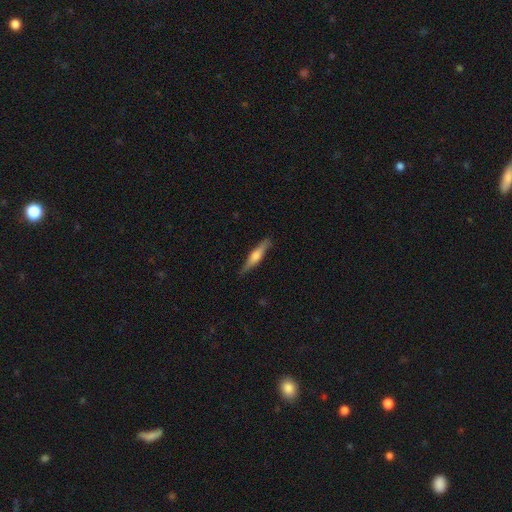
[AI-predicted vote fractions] A featured or disk galaxy (52%) viewed edge-on (96%).

Vote fractions:
- Smooth or featured? featured or disk: 52% / smooth: 42% / star or artifact: 6%
- Edge-on disk? yes: 96% / no: 4%
- Merging? none: 86% / minor disturbance: 11% / major disturbance: 2% / merger: 1%